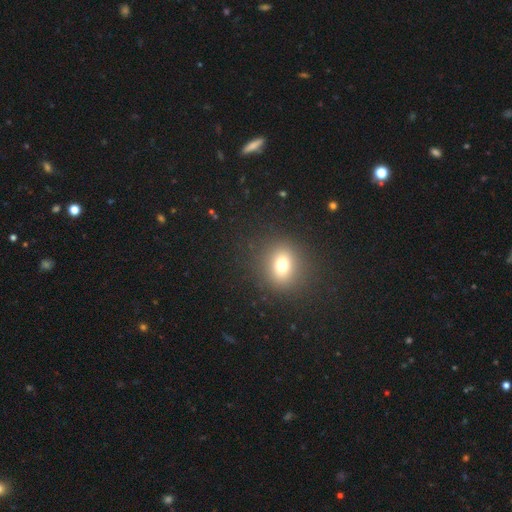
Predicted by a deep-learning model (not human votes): Overall: smooth (62%; star or artifact 27%). How rounded: round (59%; in between 38%). Merging: none (91%).